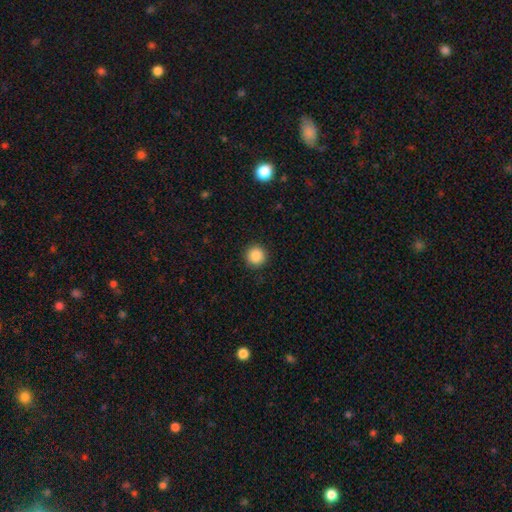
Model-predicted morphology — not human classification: Q: Smooth or featured?
A: smooth (88%); runner-up: star or artifact (9%)
Q: How rounded?
A: round (96%); runner-up: in between (4%)
Q: Merging?
A: none (92%); runner-up: minor disturbance (5%)